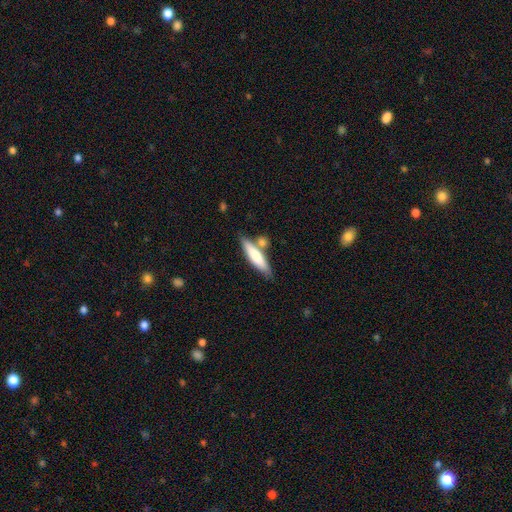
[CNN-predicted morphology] smooth 70%, featured or disk 24%, star or artifact 5%. Down the decision tree: how rounded — cigar-shaped (75%); merging — none (65%).